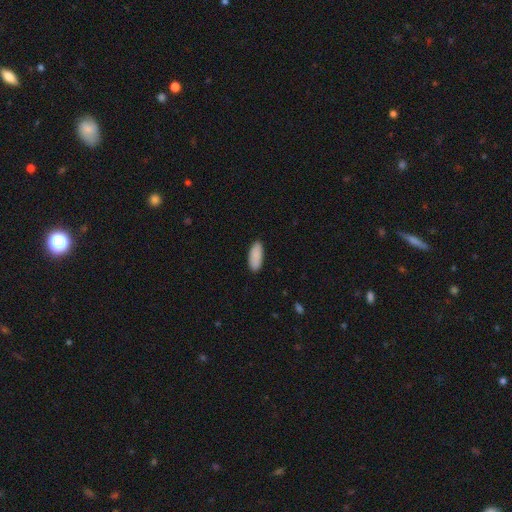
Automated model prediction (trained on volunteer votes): Smooth or featured?
  - smooth: 90% *
  - star or artifact: 6%
  - featured or disk: 4%
How rounded?
  - in between: 80% *
  - cigar-shaped: 18%
  - round: 2%
Merging?
  - none: 88% *
  - minor disturbance: 9%
  - major disturbance: 2%
  - merger: 1%